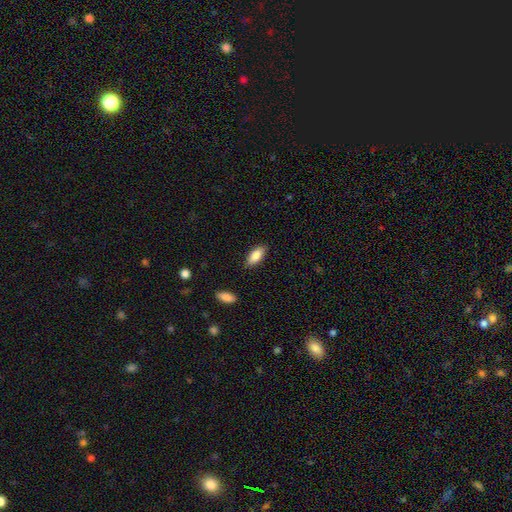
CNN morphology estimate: Q: Smooth or featured?
A: smooth (87%); runner-up: featured or disk (7%)
Q: How rounded?
A: in between (81%); runner-up: cigar-shaped (17%)
Q: Merging?
A: none (86%); runner-up: minor disturbance (11%)